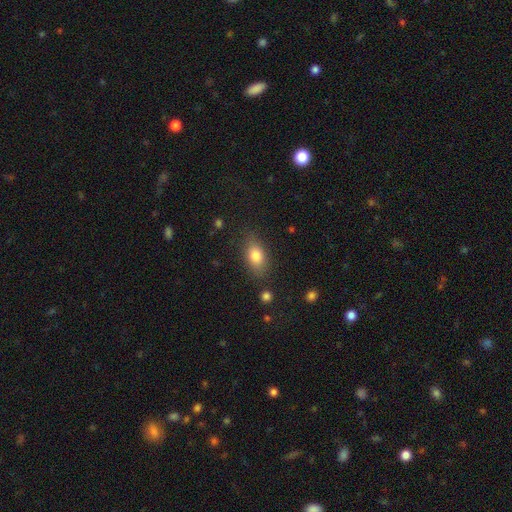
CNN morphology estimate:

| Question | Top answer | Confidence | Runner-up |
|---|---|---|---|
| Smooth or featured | smooth | 80% | featured or disk (11%) |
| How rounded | in between | 83% | round (11%) |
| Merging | none | 79% | minor disturbance (14%) |